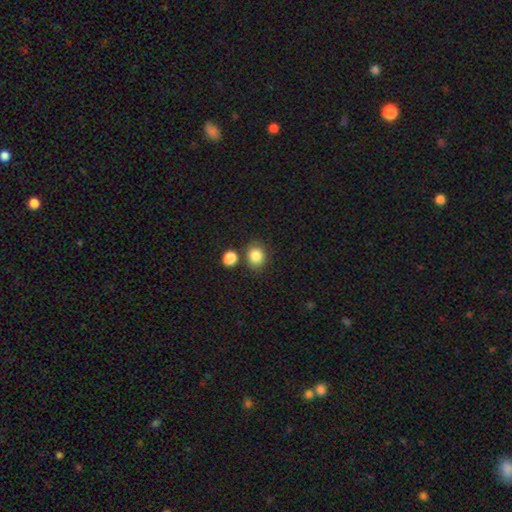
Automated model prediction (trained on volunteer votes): smooth_or_featured: smooth (p=0.85) [alt: star or artifact p=0.10]
how_rounded: round (p=0.66) [alt: in between p=0.34]
merging: none (p=0.75) [alt: merger p=0.11]